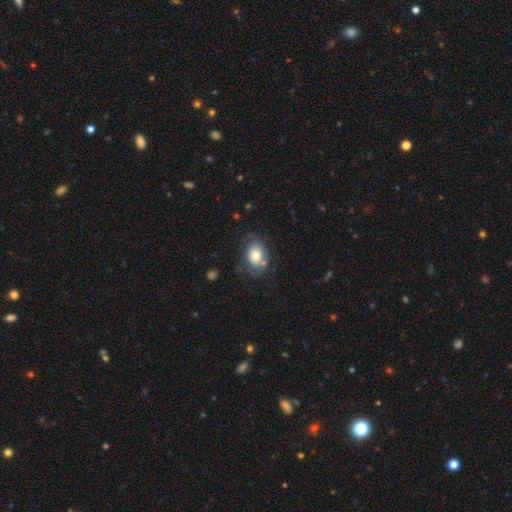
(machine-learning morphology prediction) A smooth galaxy with no disk features (73%) that is in between round and cigar-shaped (77%).

Vote fractions:
- Smooth or featured? smooth: 73% / featured or disk: 19% / star or artifact: 8%
- How rounded? in between: 77% / round: 22% / cigar-shaped: 1%
- Merging? none: 64% / minor disturbance: 23% / major disturbance: 8% / merger: 5%